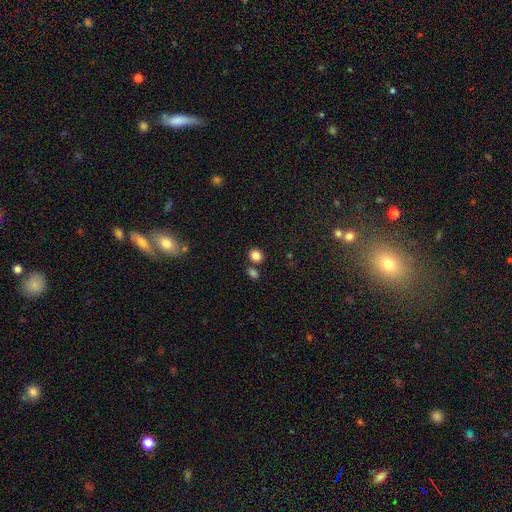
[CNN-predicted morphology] The model was most divided on "how rounded": round: 67%, in between: 32%, cigar-shaped: 1%. More confident: smooth or featured — smooth (84%); merging — none (72%).